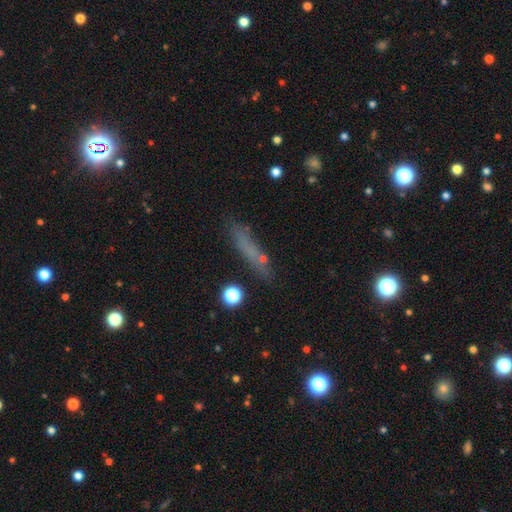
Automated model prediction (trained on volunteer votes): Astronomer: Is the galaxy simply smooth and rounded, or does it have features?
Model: smooth — 60%.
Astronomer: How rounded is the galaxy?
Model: cigar-shaped — 85%.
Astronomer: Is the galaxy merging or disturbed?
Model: none — 73%.